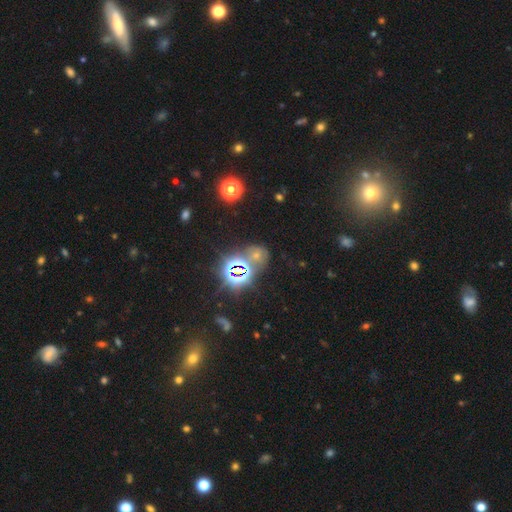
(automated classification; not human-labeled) Smooth or featured?
  - star or artifact: 69% *
  - smooth: 21%
  - featured or disk: 10%